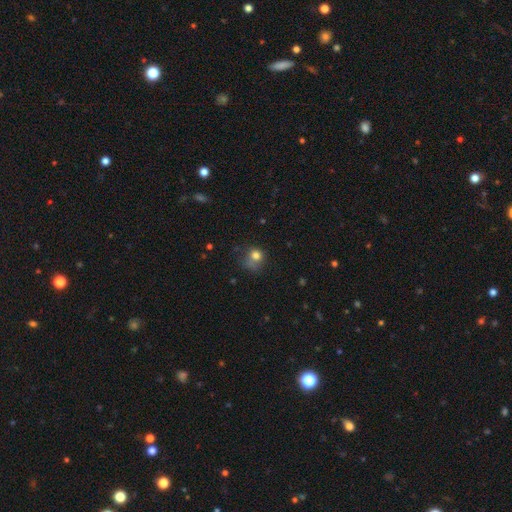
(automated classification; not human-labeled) The model was most divided on "merging": none: 42%, minor disturbance: 29%, major disturbance: 23%, merger: 6%. More confident: smooth or featured — smooth (76%); how rounded — round (75%).